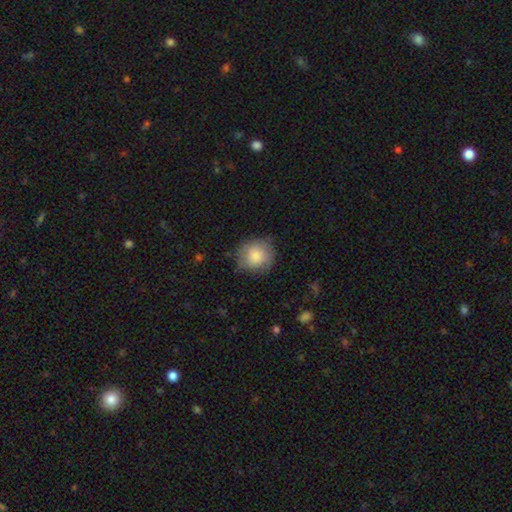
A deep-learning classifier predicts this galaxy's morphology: Q: Smooth or featured?
A: smooth (82%); runner-up: featured or disk (11%)
Q: How rounded?
A: round (88%); runner-up: in between (11%)
Q: Merging?
A: none (77%); runner-up: minor disturbance (17%)